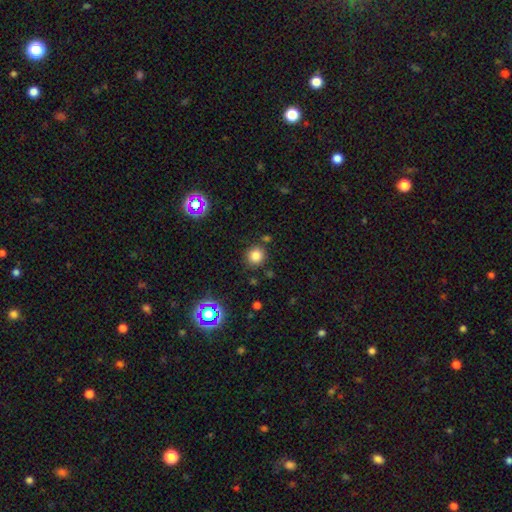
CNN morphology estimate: This is likely a smooth galaxy (79%). How rounded: clearly round (90%). Merging: clearly none (84%).